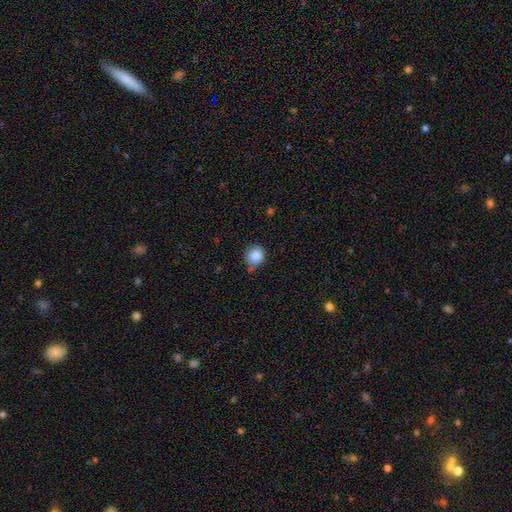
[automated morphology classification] Smooth or featured? Predicted: smooth (p=0.86). How rounded? Predicted: round (p=0.84). Merging? Predicted: none (p=0.70).